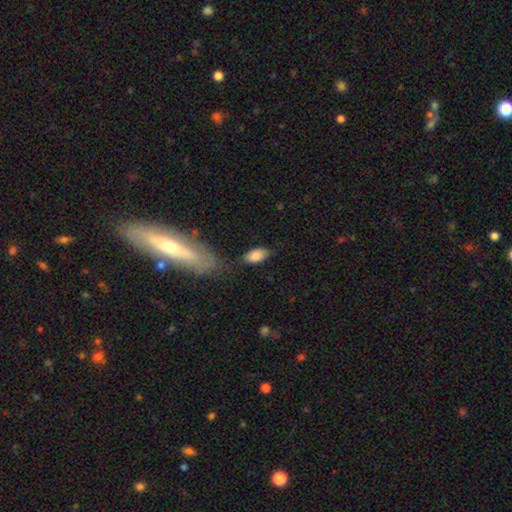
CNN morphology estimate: A smooth galaxy with no disk features (85%) that is in between round and cigar-shaped (92%).

Vote fractions:
- Smooth or featured? smooth: 85% / featured or disk: 8% / star or artifact: 7%
- How rounded? in between: 92% / round: 4% / cigar-shaped: 3%
- Merging? none: 67% / minor disturbance: 20% / major disturbance: 7% / merger: 7%